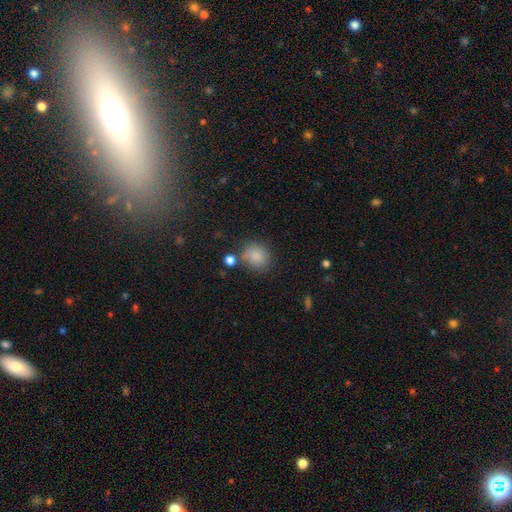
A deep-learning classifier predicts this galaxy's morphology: This appears to be a smooth galaxy with no disk features (84%) that is round (74%). Merging: none (68%).